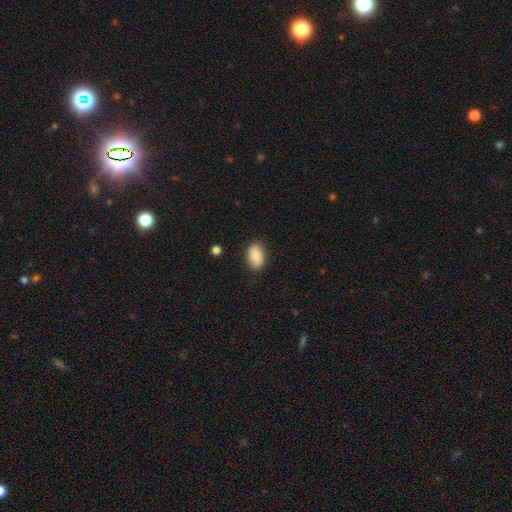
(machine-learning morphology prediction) A smooth galaxy with no disk features (88%) that is in between round and cigar-shaped (91%).

Vote fractions:
- Smooth or featured? smooth: 88% / star or artifact: 7% / featured or disk: 5%
- How rounded? in between: 91% / round: 7% / cigar-shaped: 2%
- Merging? none: 85% / minor disturbance: 11% / major disturbance: 3% / merger: 1%